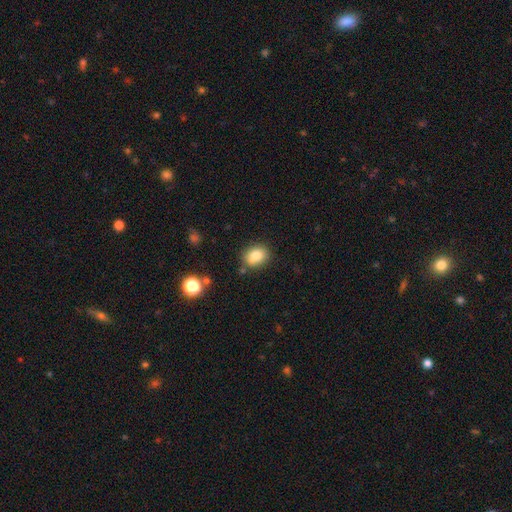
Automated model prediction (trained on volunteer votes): Overall: smooth (81%). How rounded: in between (55%; round 44%). Merging: none (77%).